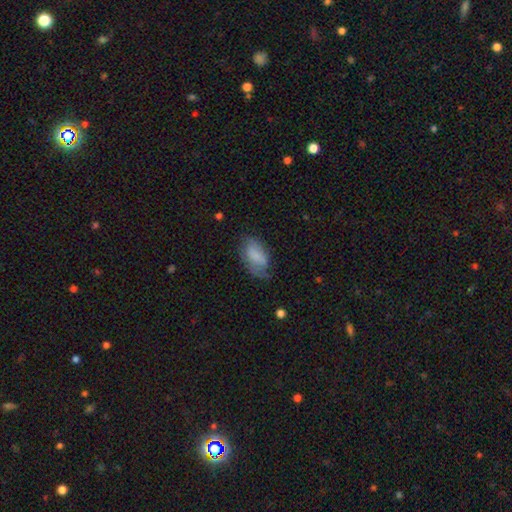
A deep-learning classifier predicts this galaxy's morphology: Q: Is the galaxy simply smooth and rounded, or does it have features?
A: smooth — 69%.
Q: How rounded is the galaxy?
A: in between — 92%.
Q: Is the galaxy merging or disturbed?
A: none — 50%.